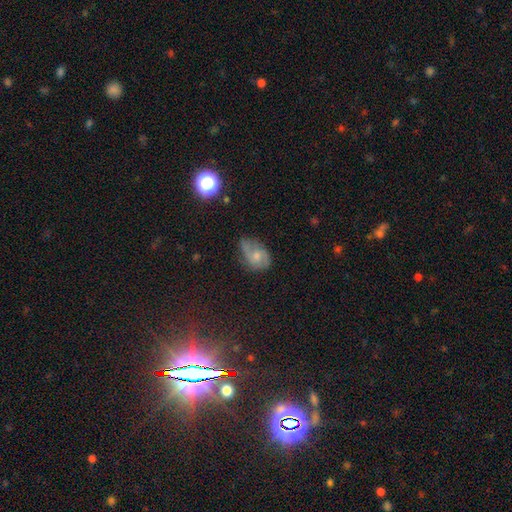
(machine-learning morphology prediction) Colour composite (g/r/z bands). It shows a featured or disk galaxy (45%). Merging: none (42%).